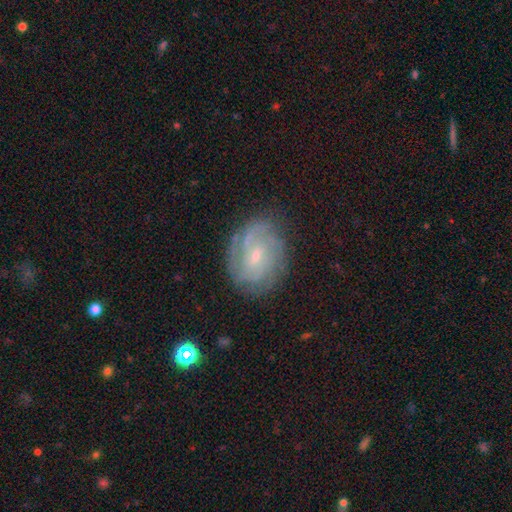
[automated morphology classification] Smooth or featured?
  - featured or disk: 78% *
  - smooth: 14%
  - star or artifact: 8%
Edge-on disk?
  - no: 97% *
  - yes: 3%
Bar?
  - weak: 47% *
  - no: 44%
  - strong: 9%
Spiral arms?
  - yes: 93% *
  - no: 7%
Spiral winding?
  - tight: 62% *
  - medium: 30%
  - loose: 8%
Spiral arm count?
  - can't tell: 37% *
  - 2: 22%
  - 3: 20%
  - 4: 11%
  - 1: 6%
  - more than 4: 5%
Bulge size?
  - small: 70% *
  - moderate: 26%
  - none: 3%
  - large: 1%
  - dominant: 1%
Merging?
  - none: 76% *
  - minor disturbance: 17%
  - major disturbance: 6%
  - merger: 1%